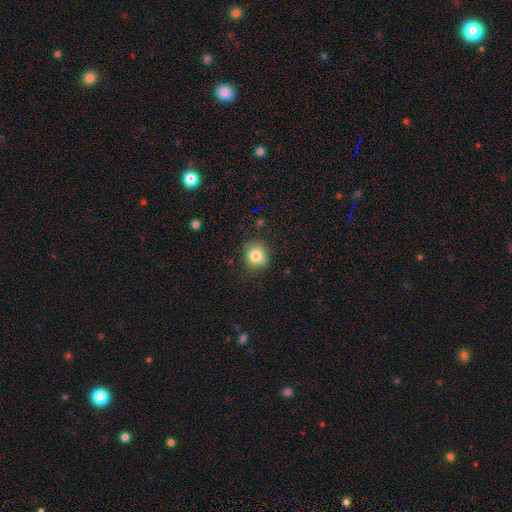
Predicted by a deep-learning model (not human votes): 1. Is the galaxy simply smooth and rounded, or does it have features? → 80% smooth, 10% star or artifact, 10% featured or disk.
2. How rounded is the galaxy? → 70% round, 29% in between, 1% cigar-shaped.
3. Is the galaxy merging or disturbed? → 71% none, 22% minor disturbance, 5% major disturbance, 2% merger.